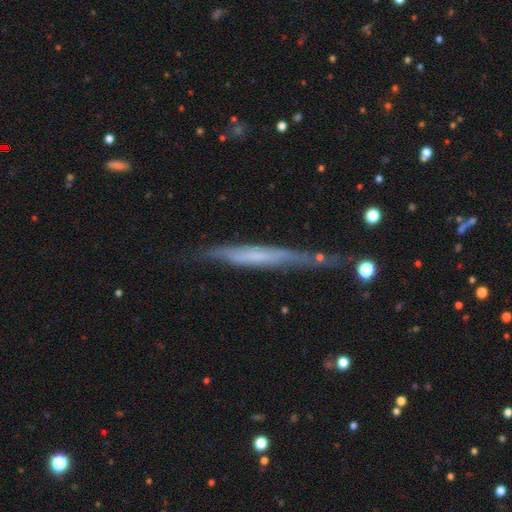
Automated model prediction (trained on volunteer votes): Q: Smooth or featured?
A: featured or disk (56%); runner-up: smooth (37%)
Q: Edge-on disk?
A: yes (91%); runner-up: no (9%)
Q: Edge-on bulge?
A: none (71%); runner-up: rounded (15%)
Q: Merging?
A: none (65%); runner-up: minor disturbance (23%)